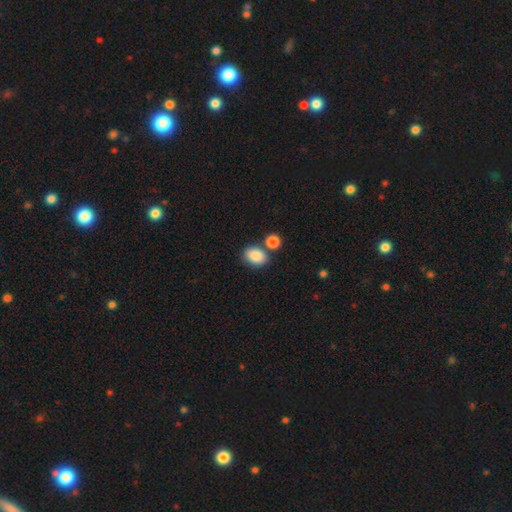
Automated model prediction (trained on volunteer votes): smooth-or-featured: smooth: 87% | star or artifact: 8% | featured or disk: 5%
  how-rounded: in between: 76% | round: 23% | cigar-shaped: 1%
  merging: none: 64% | merger: 19% | minor disturbance: 13% | major disturbance: 4%